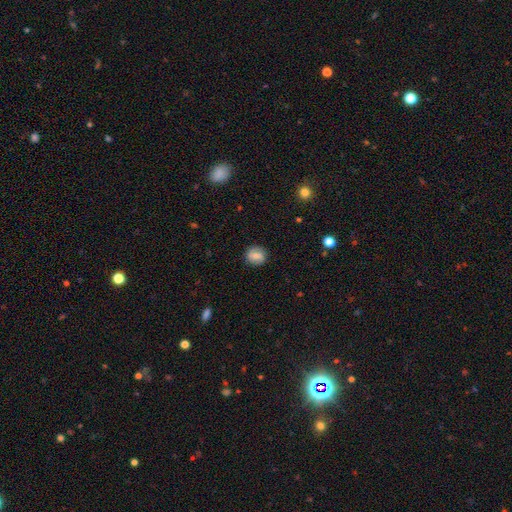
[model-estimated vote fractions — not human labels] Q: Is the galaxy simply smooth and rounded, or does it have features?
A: smooth — 66%.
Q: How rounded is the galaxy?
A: round — 81%.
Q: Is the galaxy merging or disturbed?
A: none — 86%.